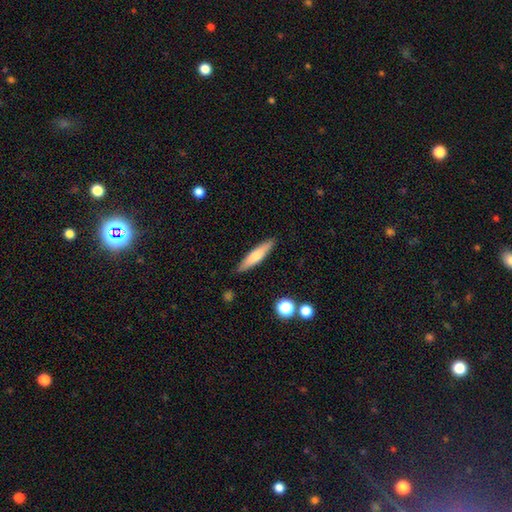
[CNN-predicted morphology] Smooth or featured: smooth — 64% (featured or disk — 30%)
How rounded: cigar-shaped — 83% (in between — 15%)
Merging: none — 88% (minor disturbance — 8%)